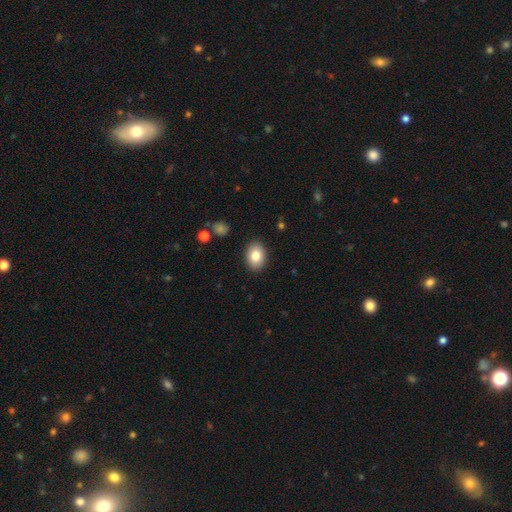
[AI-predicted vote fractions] This appears to be a smooth galaxy with no disk features (83%) that is in between round and cigar-shaped (76%). Merging: none (89%).